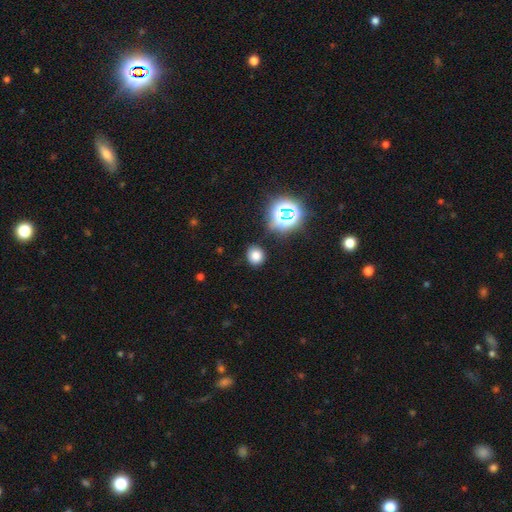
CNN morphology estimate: This is likely a smooth galaxy (73%). How rounded: clearly round (81%). Merging: clearly none (85%).